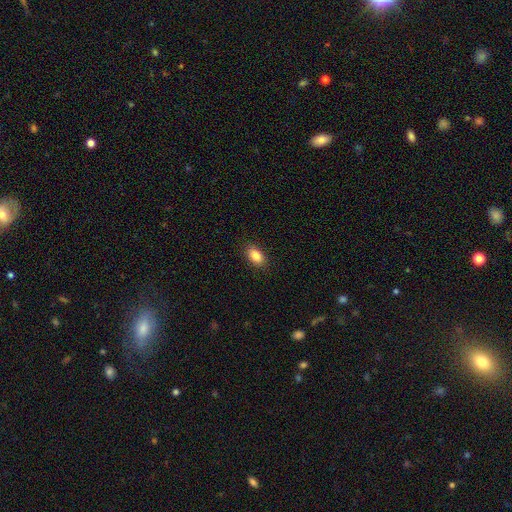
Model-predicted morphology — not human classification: Overall: smooth (86%). How rounded: in between (88%). Merging: none (88%).